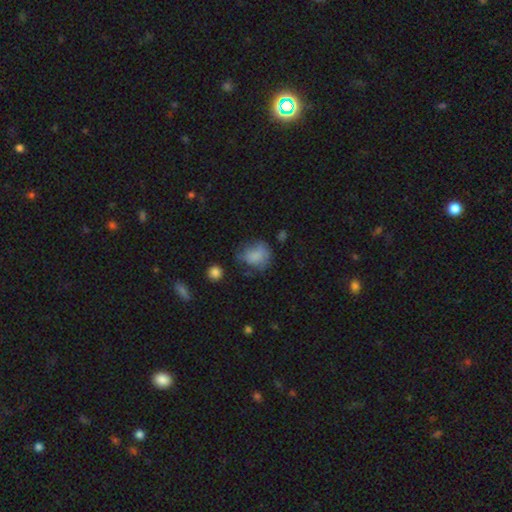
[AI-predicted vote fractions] Smooth or featured? Predicted: smooth (p=0.77). How rounded? Predicted: round (p=0.60). Merging? Predicted: none (p=0.47).